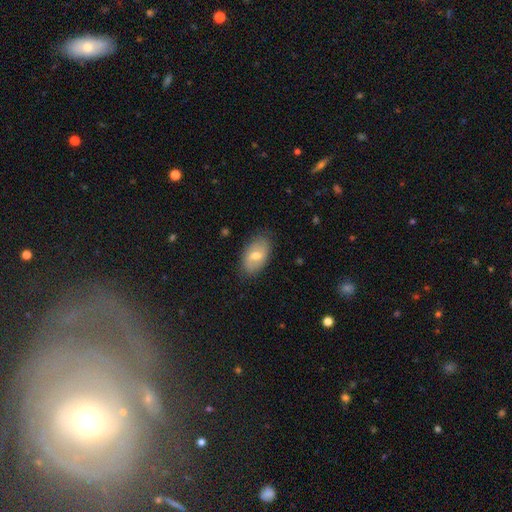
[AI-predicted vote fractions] smooth_or_featured: smooth (p=0.58) [alt: featured or disk p=0.35]
how_rounded: in between (p=0.92) [alt: round p=0.07]
merging: none (p=0.81) [alt: minor disturbance p=0.15]